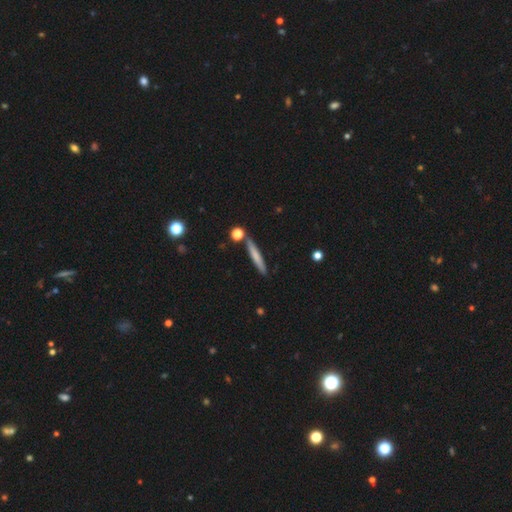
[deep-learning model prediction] Smooth or featured? smooth (67%)
How rounded? cigar-shaped (94%)
Merging? none (83%)